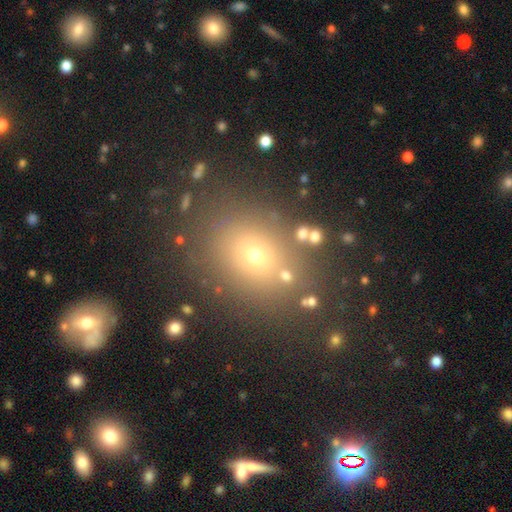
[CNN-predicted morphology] Overall: smooth (61%; star or artifact 26%). How rounded: round (51%; in between 48%). Merging: none (80%).